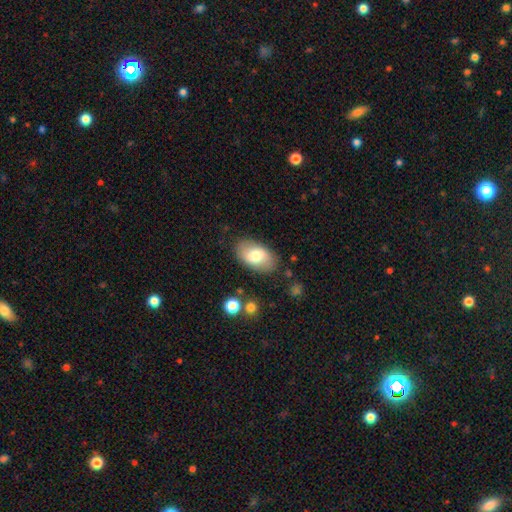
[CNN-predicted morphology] Smooth or featured? Predicted: smooth (p=0.71). How rounded? Predicted: in between (p=0.93). Merging? Predicted: none (p=0.83).